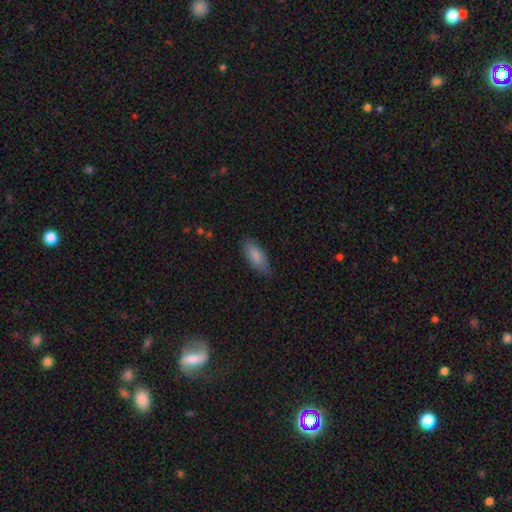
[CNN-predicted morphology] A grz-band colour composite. It shows a smooth galaxy with no disk features (85%) that is in between round and cigar-shaped (78%). Merging: none (79%).